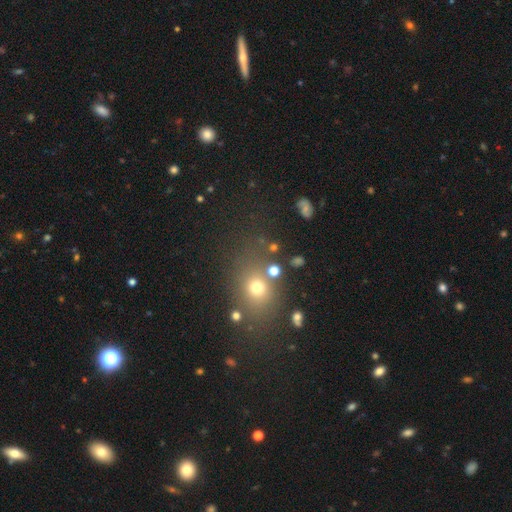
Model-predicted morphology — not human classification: Q: Smooth or featured?
A: smooth (52%); runner-up: star or artifact (37%)
Q: How rounded?
A: round (53%); runner-up: in between (44%)
Q: Merging?
A: none (76%); runner-up: minor disturbance (11%)